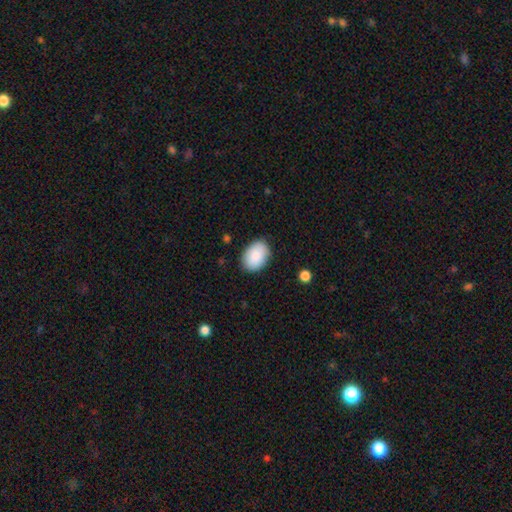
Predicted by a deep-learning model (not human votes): A smooth galaxy with no disk features (87%) that is in between round and cigar-shaped (83%).

Vote fractions:
- Smooth or featured? smooth: 87% / featured or disk: 6% / star or artifact: 6%
- How rounded? in between: 83% / round: 16% / cigar-shaped: 1%
- Merging? none: 84% / minor disturbance: 12% / major disturbance: 3% / merger: 1%